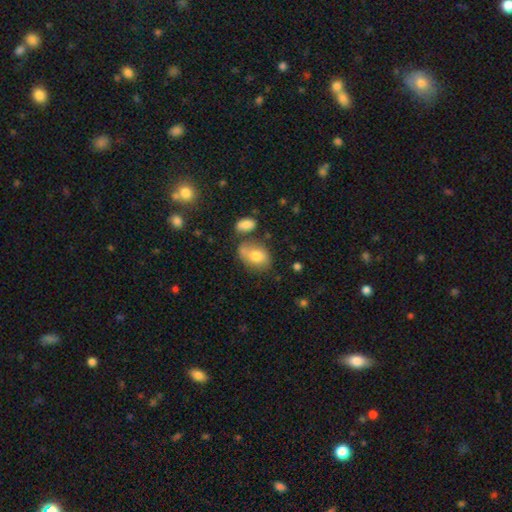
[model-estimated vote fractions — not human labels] Smooth or featured?
  - smooth: 74% *
  - featured or disk: 17%
  - star or artifact: 8%
How rounded?
  - in between: 78% *
  - round: 20%
  - cigar-shaped: 1%
Merging?
  - none: 54% *
  - minor disturbance: 21%
  - merger: 17%
  - major disturbance: 8%